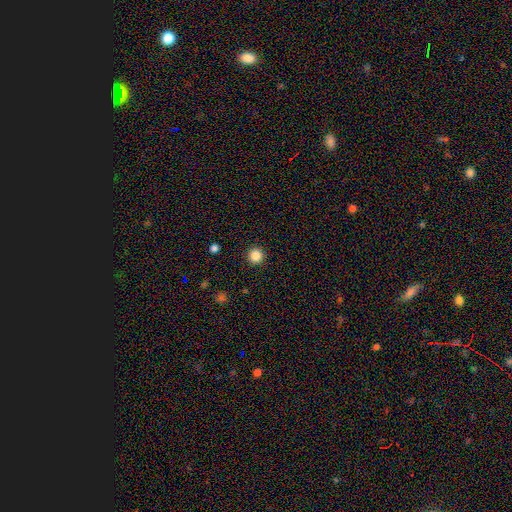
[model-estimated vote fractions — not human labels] A smooth galaxy with no disk features (85%) that is round (95%).

Vote fractions:
- Smooth or featured? smooth: 85% / star or artifact: 11% / featured or disk: 3%
- How rounded? round: 95% / in between: 4% / cigar-shaped: 1%
- Merging? none: 93% / minor disturbance: 4% / major disturbance: 2% / merger: 1%